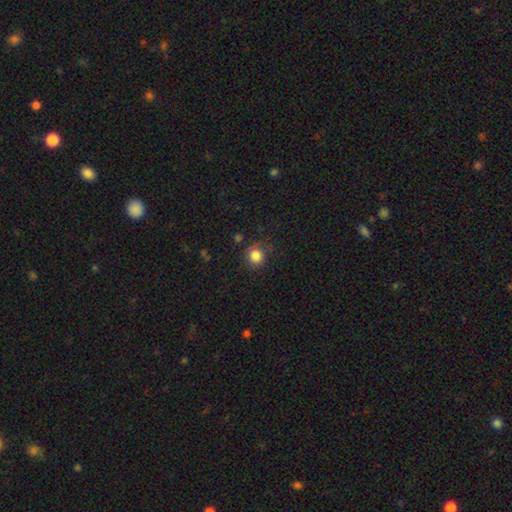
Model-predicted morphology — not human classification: Smooth or featured? Predicted: smooth (p=0.83). How rounded? Predicted: round (p=0.88). Merging? Predicted: none (p=0.78).